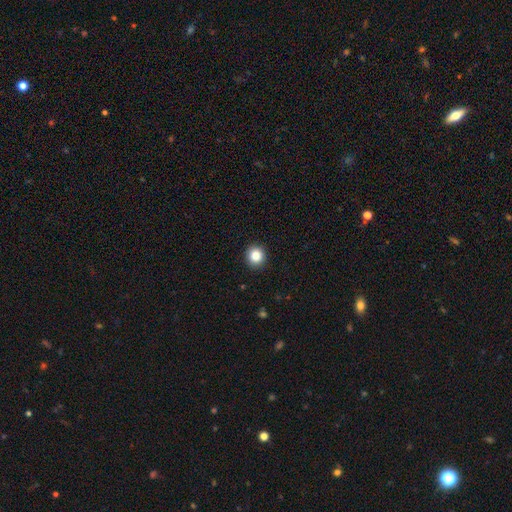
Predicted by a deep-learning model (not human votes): The model was most divided on "smooth or featured": smooth: 86%, star or artifact: 10%, featured or disk: 3%. More confident: merging — none (92%); how rounded — round (91%).